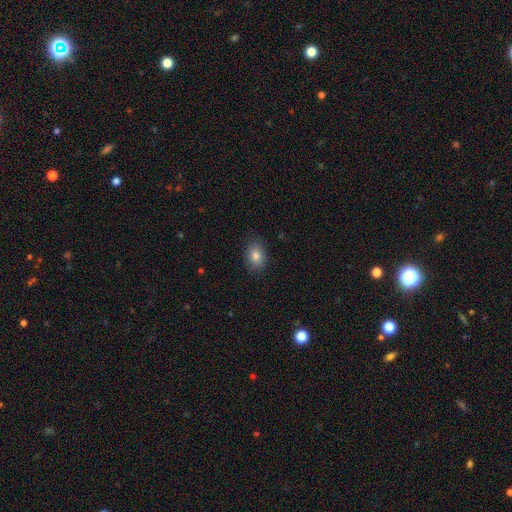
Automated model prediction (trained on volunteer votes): Smooth or featured: smooth — 82% (star or artifact — 9%)
How rounded: in between — 73% (round — 26%)
Merging: none — 83% (minor disturbance — 13%)